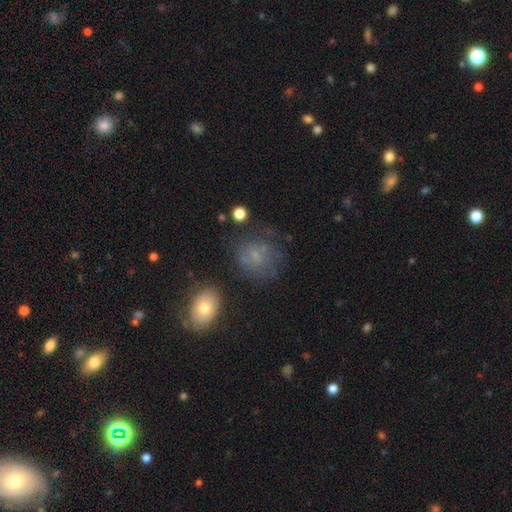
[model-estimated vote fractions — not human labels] A smooth galaxy with no disk features (57%) that is round (67%).

Vote fractions:
- Smooth or featured? smooth: 57% / featured or disk: 27% / star or artifact: 16%
- How rounded? round: 67% / in between: 32% / cigar-shaped: 1%
- Merging? none: 57% / minor disturbance: 21% / major disturbance: 17% / merger: 6%